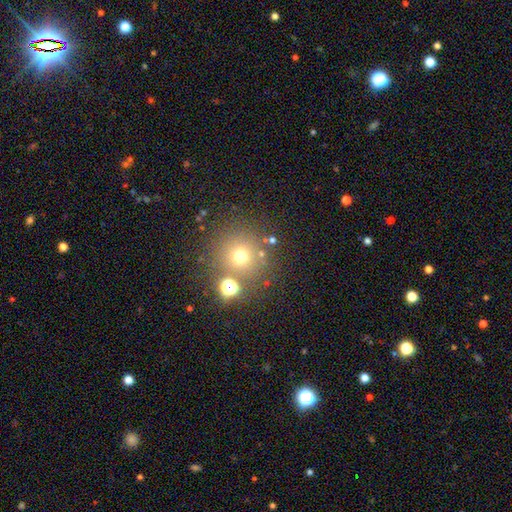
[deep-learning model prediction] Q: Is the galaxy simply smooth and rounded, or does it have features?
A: smooth — 54%.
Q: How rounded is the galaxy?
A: round — 92%.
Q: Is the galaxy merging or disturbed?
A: none — 75%.